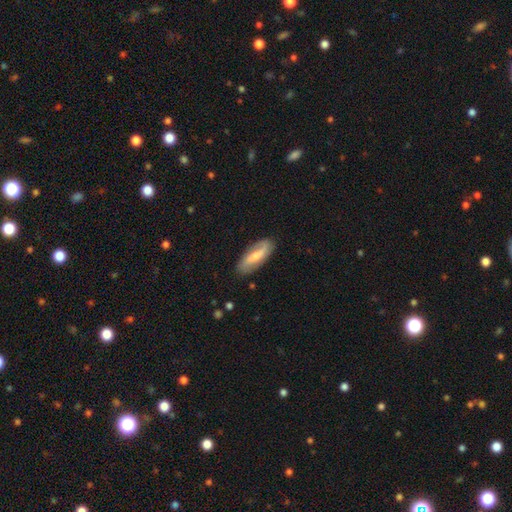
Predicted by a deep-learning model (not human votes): smooth-or-featured: featured or disk: 48% | smooth: 45% | star or artifact: 6%
  merging: none: 80% | minor disturbance: 15% | major disturbance: 4% | merger: 2%